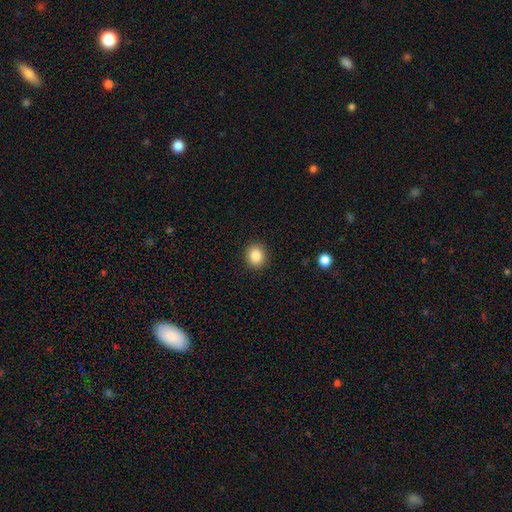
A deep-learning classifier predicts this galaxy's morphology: Smooth or featured?
  - smooth: 85% *
  - star or artifact: 10%
  - featured or disk: 5%
How rounded?
  - round: 81% *
  - in between: 18%
  - cigar-shaped: 1%
Merging?
  - none: 92% *
  - minor disturbance: 5%
  - major disturbance: 2%
  - merger: 1%